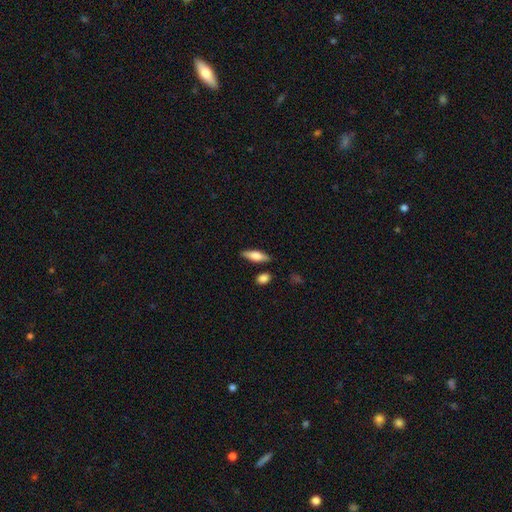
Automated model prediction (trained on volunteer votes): Overall: smooth (64%; featured or disk 30%). How rounded: in between (55%; cigar-shaped 42%). Merging: none (83%).